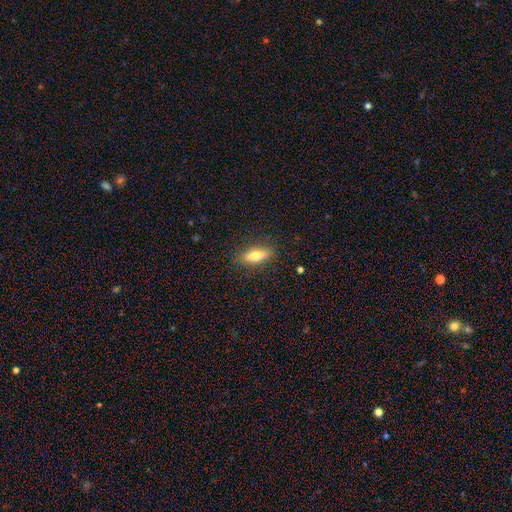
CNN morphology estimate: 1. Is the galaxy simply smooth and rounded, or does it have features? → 67% smooth, 25% featured or disk, 8% star or artifact.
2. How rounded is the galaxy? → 53% in between, 44% cigar-shaped, 3% round.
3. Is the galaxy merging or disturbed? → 86% none, 10% minor disturbance, 3% major disturbance, 1% merger.